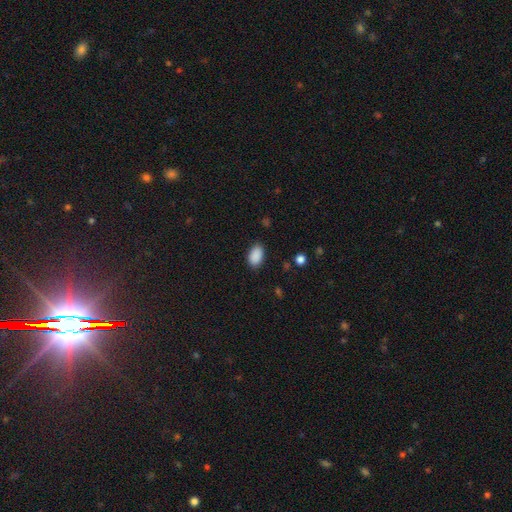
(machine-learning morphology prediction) This appears to be a smooth galaxy with no disk features (90%) that is in between round and cigar-shaped (92%). Merging: none (85%).